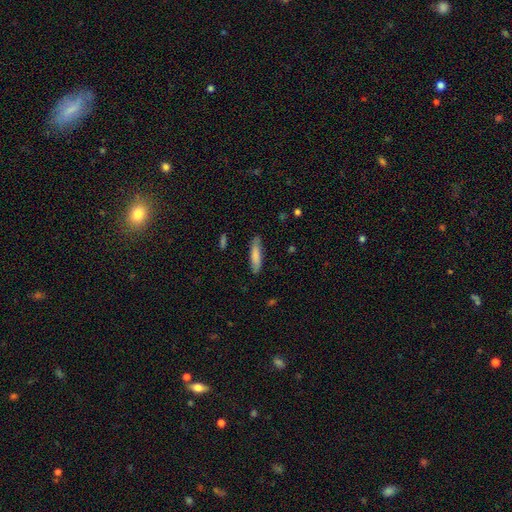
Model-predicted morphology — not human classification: Smooth or featured: smooth — 79% (featured or disk — 15%)
How rounded: cigar-shaped — 77% (in between — 21%)
Merging: none — 80% (minor disturbance — 16%)